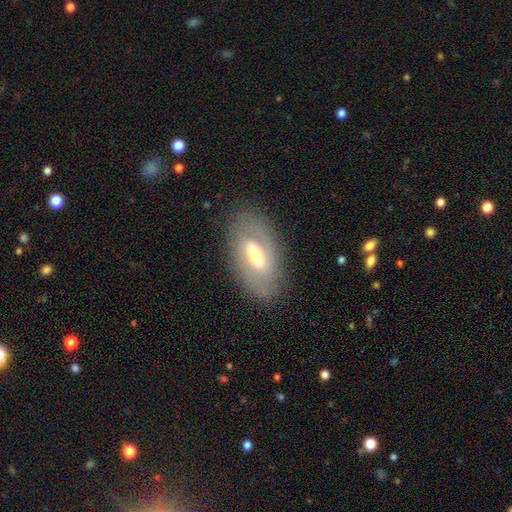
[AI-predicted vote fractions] This appears to be a featured or disk galaxy (62%) with a weak bar (47%), no spiral arms (50%, tied with yes) and a moderate central bulge (58%). Merging: none (83%).